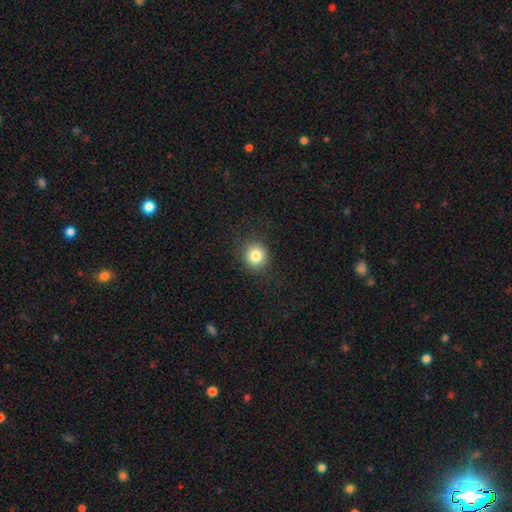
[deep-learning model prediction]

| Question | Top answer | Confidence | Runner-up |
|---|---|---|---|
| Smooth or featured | smooth | 83% | star or artifact (10%) |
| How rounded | round | 88% | in between (11%) |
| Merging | none | 88% | minor disturbance (8%) |